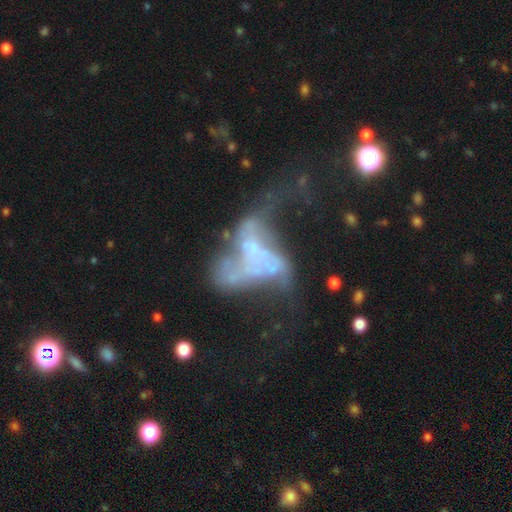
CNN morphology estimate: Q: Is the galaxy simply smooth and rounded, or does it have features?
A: featured or disk — 64%.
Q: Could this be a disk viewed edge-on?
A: no — 96%.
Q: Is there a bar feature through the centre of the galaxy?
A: no — 85%.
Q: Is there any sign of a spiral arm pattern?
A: no — 84%.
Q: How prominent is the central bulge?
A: none — 61%.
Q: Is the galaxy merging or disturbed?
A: major disturbance — 40%.